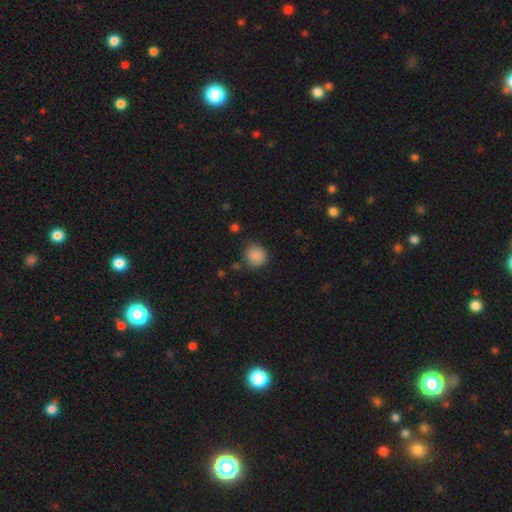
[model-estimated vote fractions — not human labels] smooth-or-featured: smooth: 86% | star or artifact: 9% | featured or disk: 5%
  how-rounded: round: 86% | in between: 14% | cigar-shaped: 1%
  merging: none: 73% | minor disturbance: 19% | major disturbance: 5% | merger: 3%